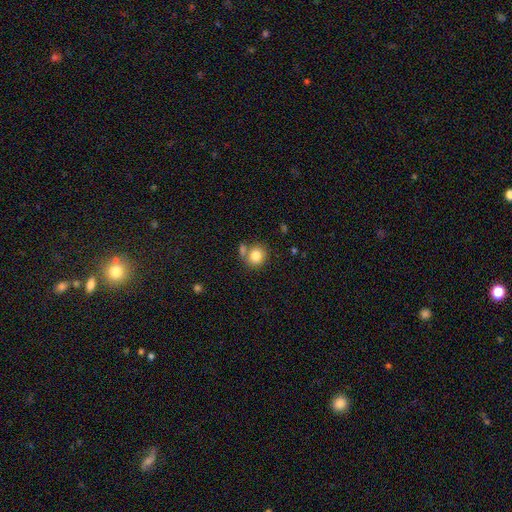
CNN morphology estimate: Q: Smooth or featured?
A: smooth (82%); runner-up: star or artifact (10%)
Q: How rounded?
A: round (80%); runner-up: in between (19%)
Q: Merging?
A: none (59%); runner-up: merger (25%)